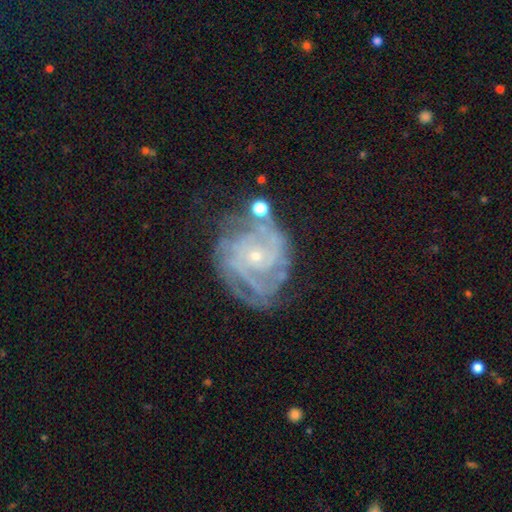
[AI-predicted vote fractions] A featured or disk galaxy (86%) with no bar (74%), tight (65%) spiral arms (94%) and a small central bulge (80%).

Vote fractions:
- Smooth or featured? featured or disk: 86% / smooth: 7% / star or artifact: 7%
- Edge-on disk? no: 98% / yes: 2%
- Bar? no: 74% / weak: 20% / strong: 5%
- Spiral arms? yes: 94% / no: 6%
- Spiral winding? tight: 65% / medium: 29% / loose: 7%
- Spiral arm count? can't tell: 28% / 3: 23% / 2: 22% / 4: 13% / more than 4: 7% / 1: 6%
- Bulge size? small: 80% / moderate: 16% / none: 2% / large: 1% / dominant: 1%
- Merging? none: 60% / minor disturbance: 22% / major disturbance: 13% / merger: 5%